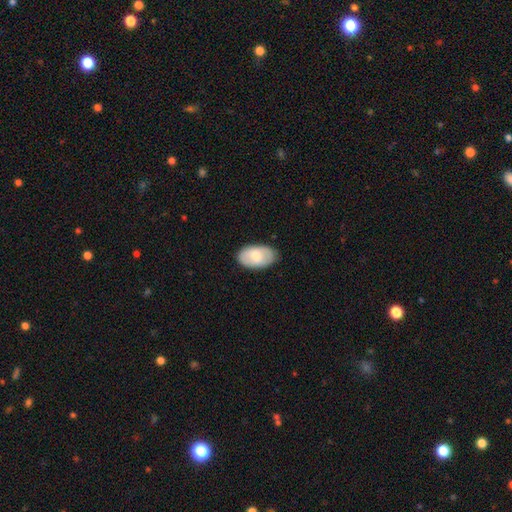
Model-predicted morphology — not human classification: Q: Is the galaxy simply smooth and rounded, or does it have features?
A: smooth — 68%.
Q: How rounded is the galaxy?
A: in between — 94%.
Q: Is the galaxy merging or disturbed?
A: none — 83%.